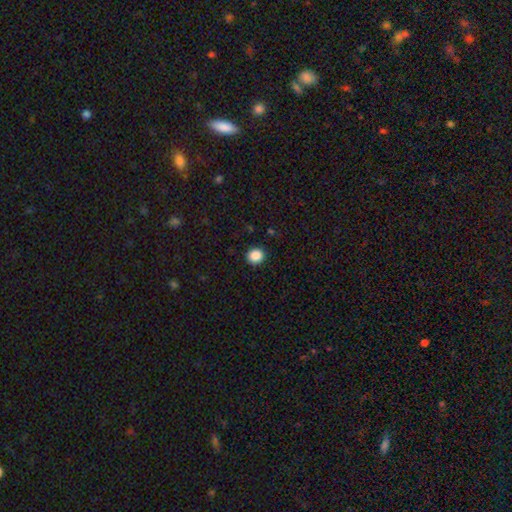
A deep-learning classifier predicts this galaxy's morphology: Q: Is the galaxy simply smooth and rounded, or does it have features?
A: smooth — 88%.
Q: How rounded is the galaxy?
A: round — 81%.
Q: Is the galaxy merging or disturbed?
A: none — 91%.